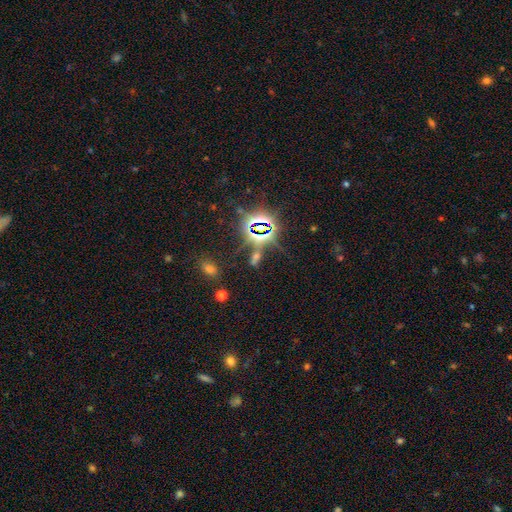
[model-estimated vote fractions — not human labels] This appears to be a star or artifact, not a galaxy (72%).